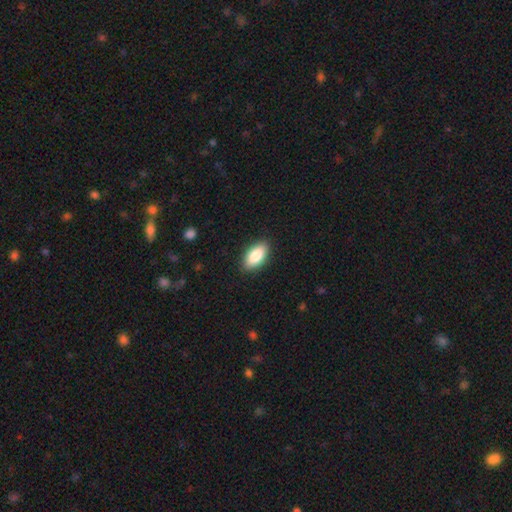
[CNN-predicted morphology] The model was most divided on "smooth or featured": smooth: 85%, featured or disk: 9%, star or artifact: 6%. More confident: how rounded — in between (92%); merging — none (88%).